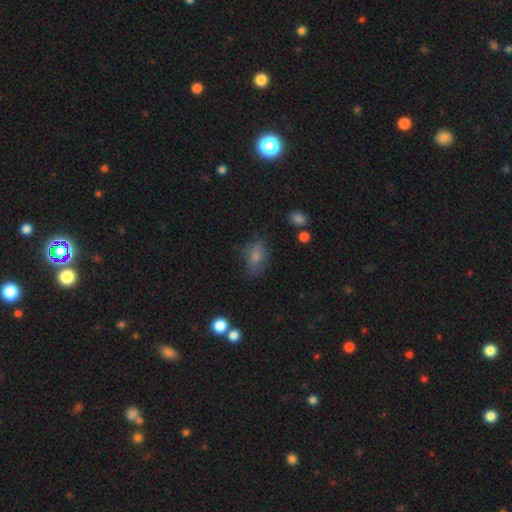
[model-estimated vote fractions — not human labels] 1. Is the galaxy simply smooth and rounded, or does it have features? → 76% smooth, 14% featured or disk, 10% star or artifact.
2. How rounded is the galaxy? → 83% in between, 14% round, 3% cigar-shaped.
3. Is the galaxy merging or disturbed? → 64% none, 24% minor disturbance, 10% major disturbance, 2% merger.